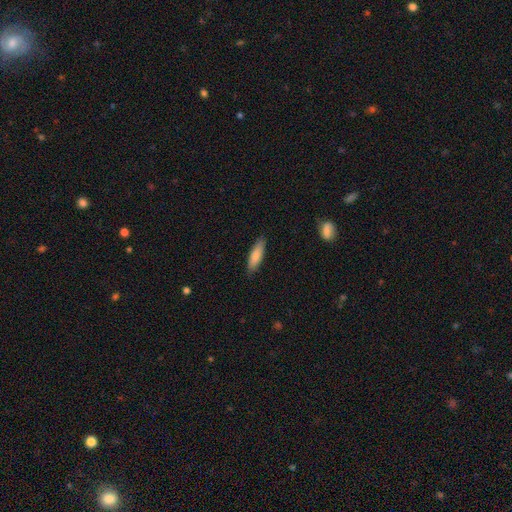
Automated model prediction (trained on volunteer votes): Overall: smooth (84%). How rounded: cigar-shaped (59%; in between 39%). Merging: none (87%).